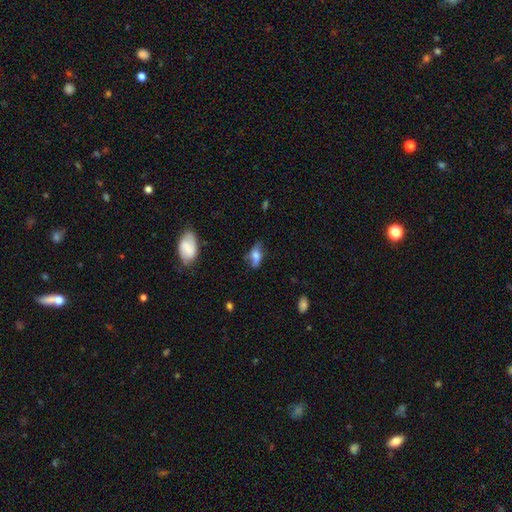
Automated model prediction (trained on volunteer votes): This is likely a smooth galaxy (61%). How rounded: clearly in between (81%). Merging: possibly none (56%).